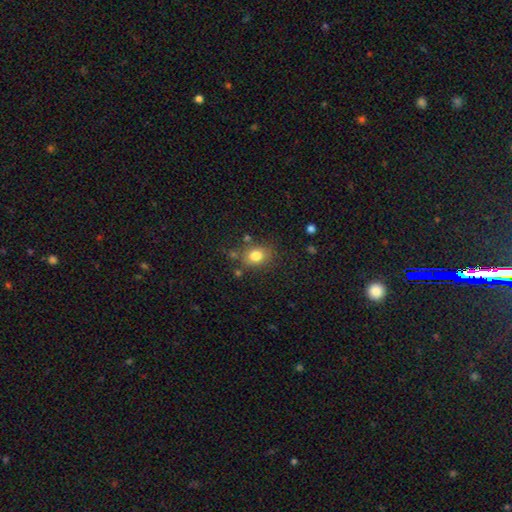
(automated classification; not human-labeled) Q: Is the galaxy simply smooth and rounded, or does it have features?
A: smooth — 80%.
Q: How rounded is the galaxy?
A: round — 58%.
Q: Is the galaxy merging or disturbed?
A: none — 76%.